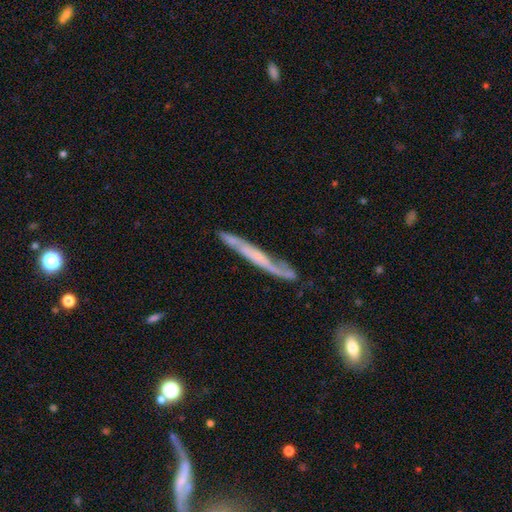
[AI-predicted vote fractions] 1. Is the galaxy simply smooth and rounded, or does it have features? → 72% featured or disk, 22% smooth, 6% star or artifact.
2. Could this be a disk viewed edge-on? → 63% yes, 37% no.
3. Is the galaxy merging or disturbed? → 62% none, 24% minor disturbance, 10% major disturbance, 5% merger.